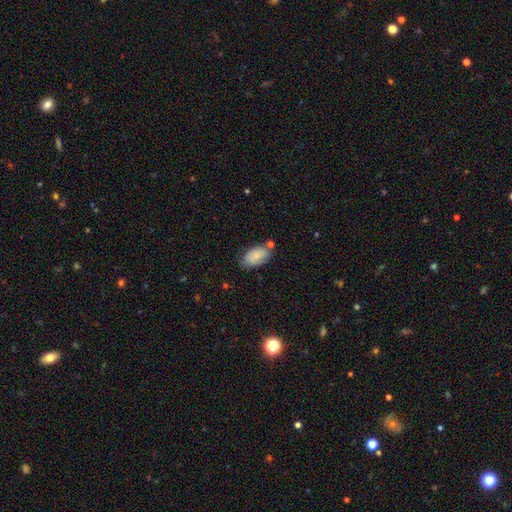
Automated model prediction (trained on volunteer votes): Smooth or featured: smooth — 83% (featured or disk — 11%)
How rounded: in between — 94% (round — 4%)
Merging: none — 65% (minor disturbance — 22%)